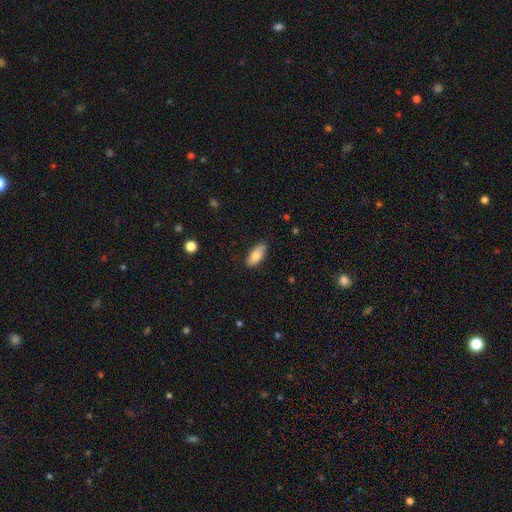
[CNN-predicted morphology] type=smooth (80%); roundness=in between (88%); merging=none (81%).